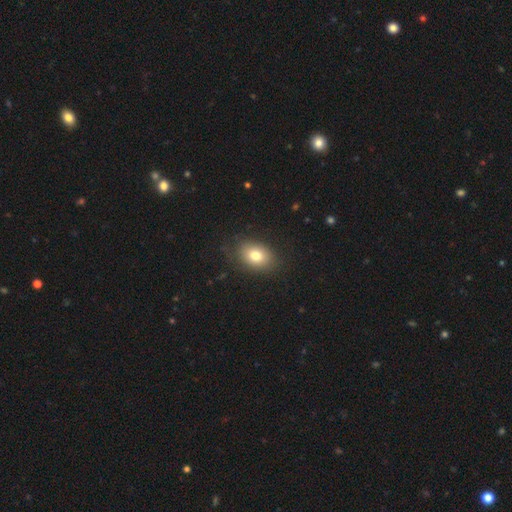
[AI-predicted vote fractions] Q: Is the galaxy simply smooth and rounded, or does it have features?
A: smooth — 78%.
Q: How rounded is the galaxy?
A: in between — 76%.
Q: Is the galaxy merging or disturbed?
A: none — 83%.